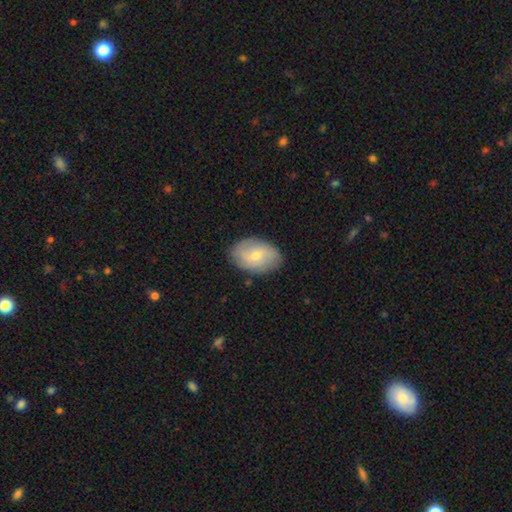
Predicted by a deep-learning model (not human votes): Smooth or featured?
  - smooth: 54% *
  - featured or disk: 39%
  - star or artifact: 6%
How rounded?
  - in between: 85% *
  - round: 14%
  - cigar-shaped: 1%
Merging?
  - none: 81% *
  - minor disturbance: 14%
  - major disturbance: 3%
  - merger: 1%